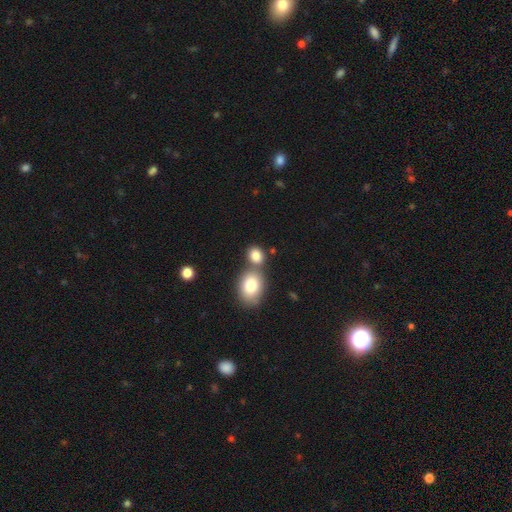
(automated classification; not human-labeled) Smooth or featured? Predicted: smooth (p=0.84). How rounded? Predicted: in between (p=0.51). Merging? Predicted: none (p=0.51).